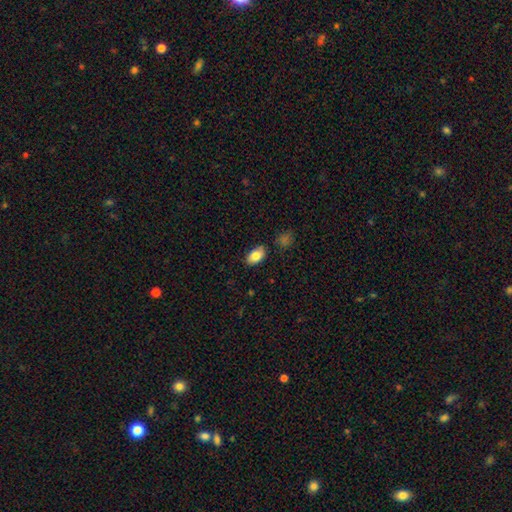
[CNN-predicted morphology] Smooth or featured? Predicted: smooth (p=0.83). How rounded? Predicted: in between (p=0.92). Merging? Predicted: none (p=0.84).